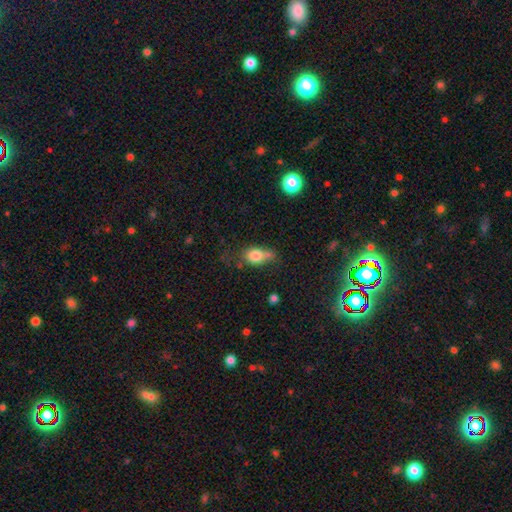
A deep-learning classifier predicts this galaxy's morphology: The model was most divided on "merging": none: 35%, minor disturbance: 32%, major disturbance: 18%, merger: 14%. More confident: smooth or featured — smooth (78%); how rounded — in between (70%).